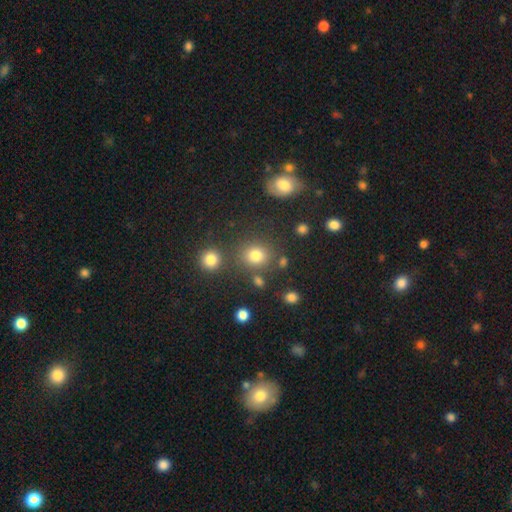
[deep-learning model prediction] Smooth or featured: smooth — 78% (star or artifact — 15%)
How rounded: round — 80% (in between — 19%)
Merging: none — 75% (minor disturbance — 10%)